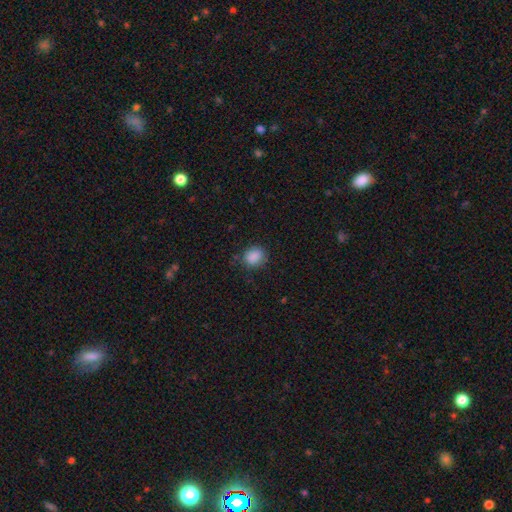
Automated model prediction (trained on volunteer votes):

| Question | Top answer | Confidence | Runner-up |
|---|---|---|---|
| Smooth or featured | smooth | 87% | star or artifact (10%) |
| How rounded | round | 64% | in between (35%) |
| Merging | none | 81% | minor disturbance (14%) |